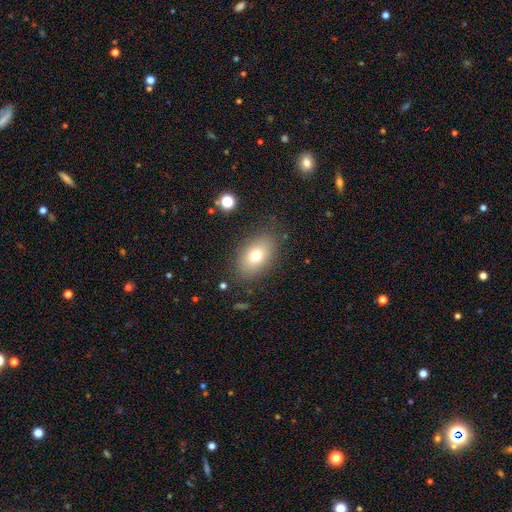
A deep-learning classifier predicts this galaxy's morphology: A smooth galaxy with no disk features (74%) that is in between round and cigar-shaped (86%).

Vote fractions:
- Smooth or featured? smooth: 74% / featured or disk: 15% / star or artifact: 10%
- How rounded? in between: 86% / round: 13% / cigar-shaped: 2%
- Merging? none: 82% / minor disturbance: 12% / major disturbance: 4% / merger: 2%